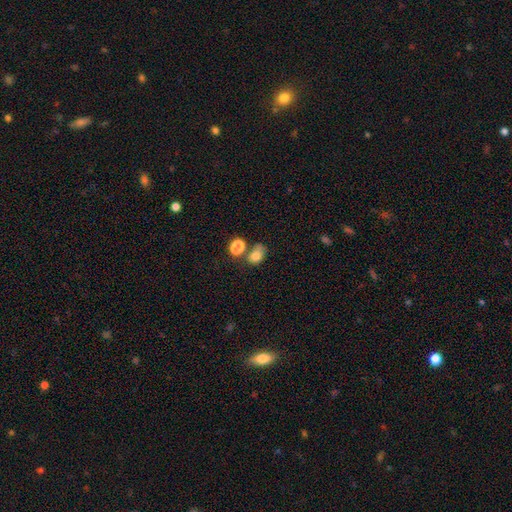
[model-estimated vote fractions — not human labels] A smooth galaxy with no disk features (78%) that is in between round and cigar-shaped (67%). Merging: none (40%).